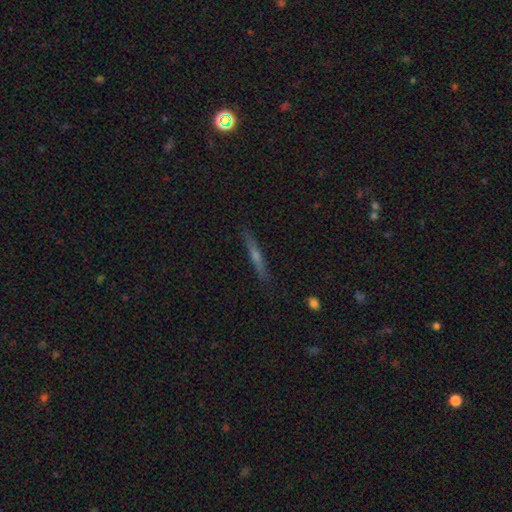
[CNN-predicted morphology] A featured or disk galaxy (57%) viewed edge-on (96%) with a rounded central bulge (61%). Merging: none (89%).